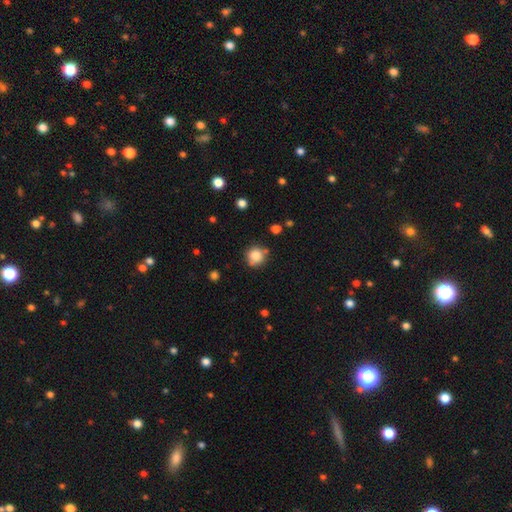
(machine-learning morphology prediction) This is clearly a smooth galaxy (83%). How rounded: clearly round (91%). Merging: likely none (75%).